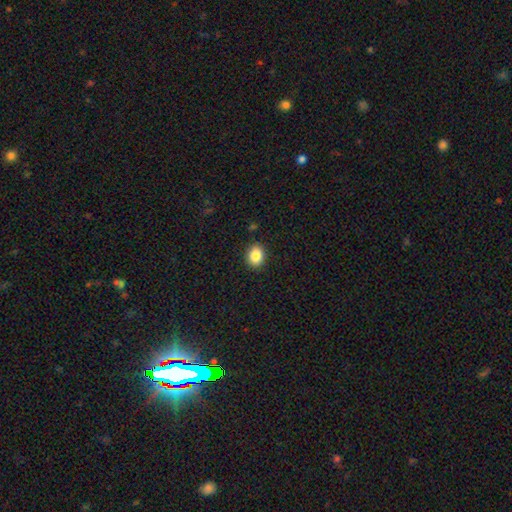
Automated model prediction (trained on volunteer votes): This is clearly a smooth galaxy (86%). How rounded: possibly in between (51%). Merging: clearly none (89%).